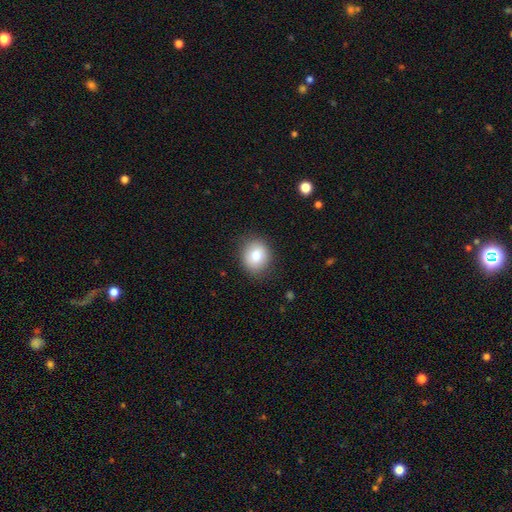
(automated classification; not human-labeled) smooth-or-featured: smooth: 80% | featured or disk: 11% | star or artifact: 9%
  how-rounded: round: 70% | in between: 29% | cigar-shaped: 1%
  merging: none: 85% | minor disturbance: 11% | major disturbance: 3% | merger: 1%